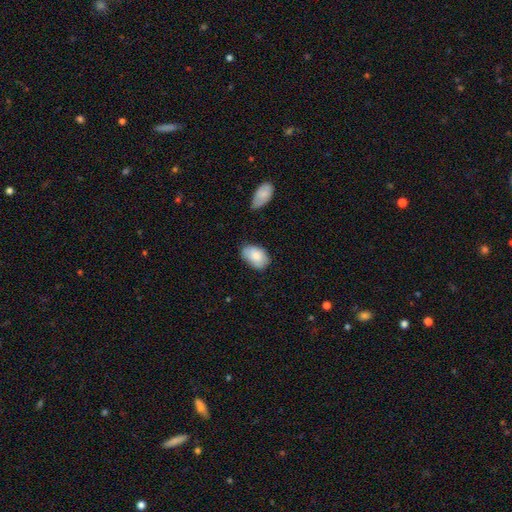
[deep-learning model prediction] Morphology: type=smooth (82%); roundness=in between (90%); merging=none (65%).